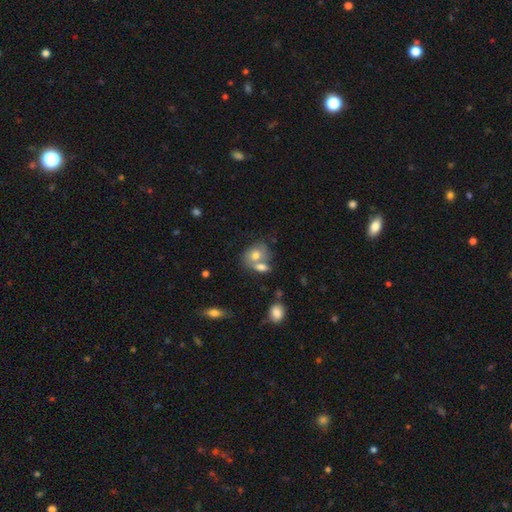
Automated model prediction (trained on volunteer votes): A smooth galaxy with no disk features (69%) that is in between round and cigar-shaped (56%). Merging: merger (50%).